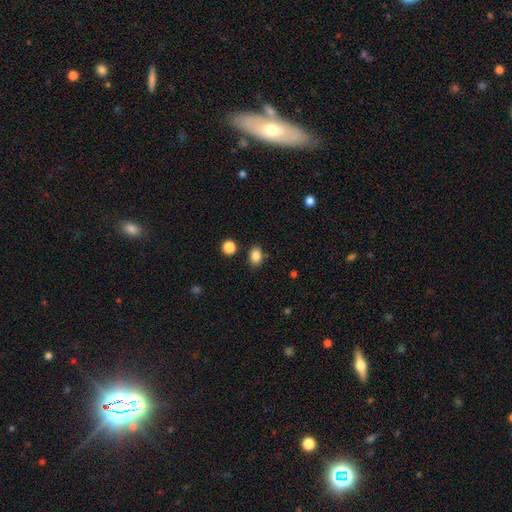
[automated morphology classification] smooth_or_featured: smooth (p=0.85) [alt: star or artifact p=0.10]
how_rounded: in between (p=0.71) [alt: round p=0.28]
merging: none (p=0.83) [alt: minor disturbance p=0.10]